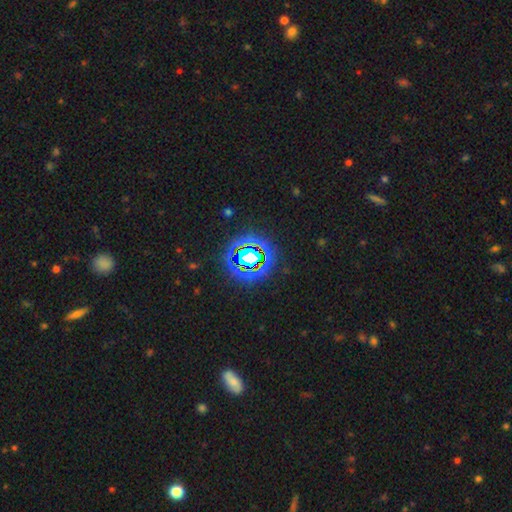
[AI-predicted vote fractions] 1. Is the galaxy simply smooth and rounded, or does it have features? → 75% star or artifact, 15% smooth, 10% featured or disk.